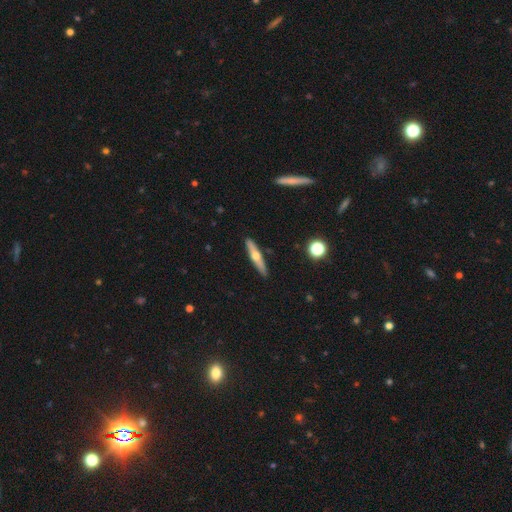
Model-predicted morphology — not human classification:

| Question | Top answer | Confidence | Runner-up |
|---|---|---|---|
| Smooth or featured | featured or disk | 53% | smooth (40%) |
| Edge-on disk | yes | 92% | no (8%) |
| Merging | none | 90% | minor disturbance (7%) |